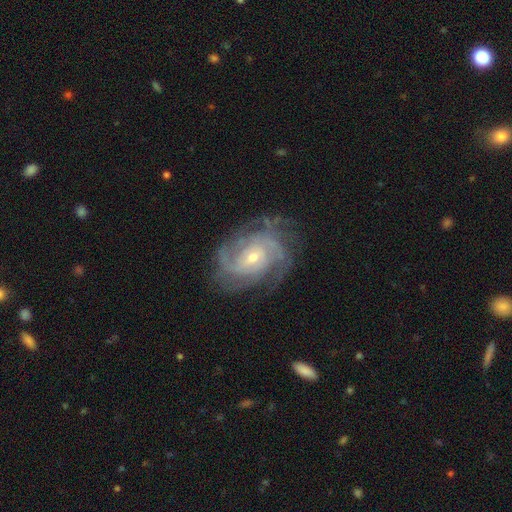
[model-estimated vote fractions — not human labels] Q: Smooth or featured?
A: featured or disk (89%); runner-up: star or artifact (6%)
Q: Edge-on disk?
A: no (97%); runner-up: yes (3%)
Q: Bar?
A: no (63%); runner-up: weak (29%)
Q: Spiral arms?
A: yes (97%); runner-up: no (3%)
Q: Spiral winding?
A: tight (62%); runner-up: medium (32%)
Q: Spiral arm count?
A: 3 (25%); runner-up: can't tell (22%)
Q: Bulge size?
A: small (64%); runner-up: moderate (33%)
Q: Merging?
A: none (77%); runner-up: minor disturbance (16%)